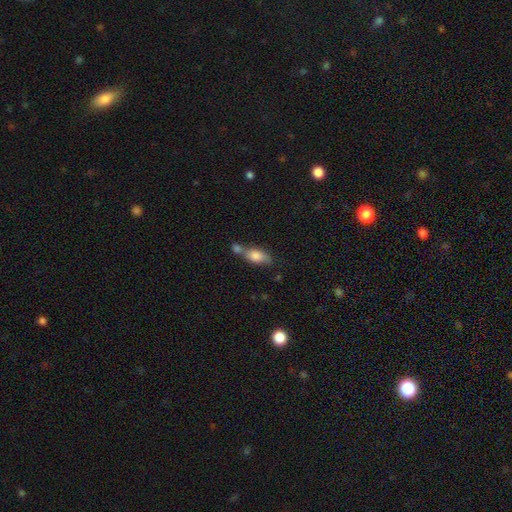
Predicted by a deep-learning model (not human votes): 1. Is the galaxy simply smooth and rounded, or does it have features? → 76% smooth, 16% featured or disk, 8% star or artifact.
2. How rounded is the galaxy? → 82% in between, 13% cigar-shaped, 6% round.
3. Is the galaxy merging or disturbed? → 43% merger, 38% none, 14% minor disturbance, 5% major disturbance.